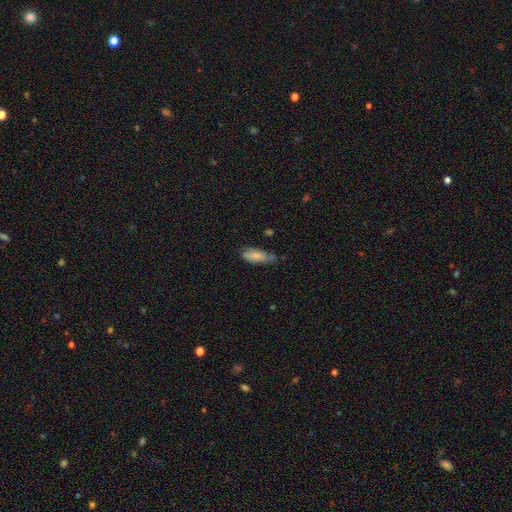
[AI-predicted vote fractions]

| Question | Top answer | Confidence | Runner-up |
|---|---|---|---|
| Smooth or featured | smooth | 79% | featured or disk (14%) |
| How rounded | in between | 69% | cigar-shaped (29%) |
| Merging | none | 54% | minor disturbance (34%) |